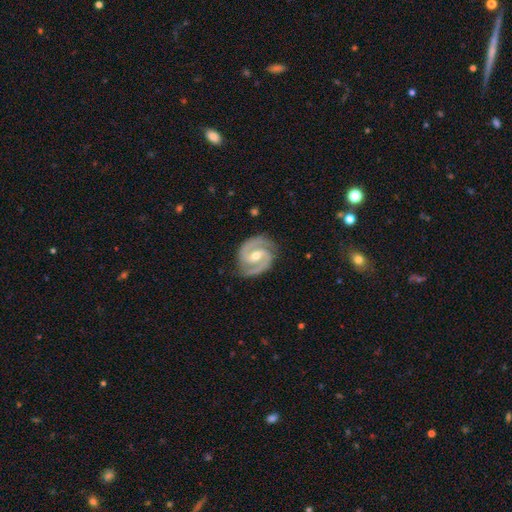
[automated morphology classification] Q: Smooth or featured?
A: featured or disk (93%); runner-up: star or artifact (4%)
Q: Edge-on disk?
A: no (98%); runner-up: yes (2%)
Q: Bar?
A: weak (45%); runner-up: strong (32%)
Q: Spiral arms?
A: yes (98%); runner-up: no (2%)
Q: Spiral winding?
A: medium (53%); runner-up: tight (41%)
Q: Spiral arm count?
A: 2 (94%); runner-up: 3 (2%)
Q: Bulge size?
A: moderate (56%); runner-up: small (41%)
Q: Merging?
A: none (85%); runner-up: minor disturbance (12%)